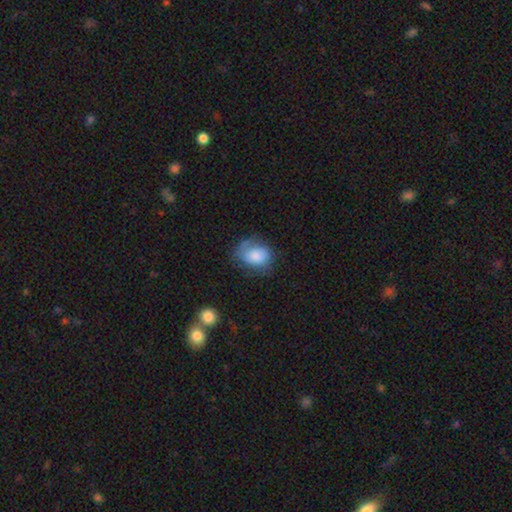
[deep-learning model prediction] A smooth galaxy with no disk features (72%) that is in between round and cigar-shaped (59%).

Vote fractions:
- Smooth or featured? smooth: 72% / featured or disk: 20% / star or artifact: 8%
- How rounded? in between: 59% / round: 39% / cigar-shaped: 1%
- Merging? none: 51% / minor disturbance: 30% / major disturbance: 16% / merger: 3%